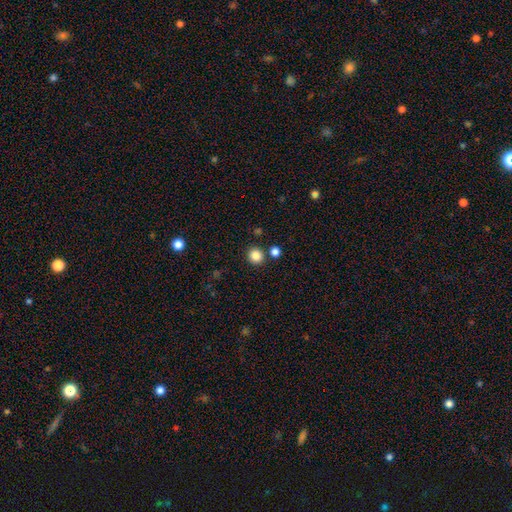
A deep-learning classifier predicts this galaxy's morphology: A smooth galaxy with no disk features (85%) that is round (90%). Merging: none (86%).